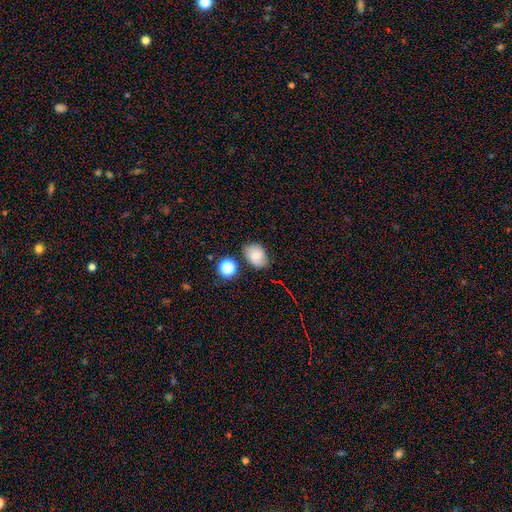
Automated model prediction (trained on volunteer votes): Q: Smooth or featured?
A: smooth (72%); runner-up: featured or disk (15%)
Q: How rounded?
A: in between (72%); runner-up: round (27%)
Q: Merging?
A: none (73%); runner-up: minor disturbance (19%)